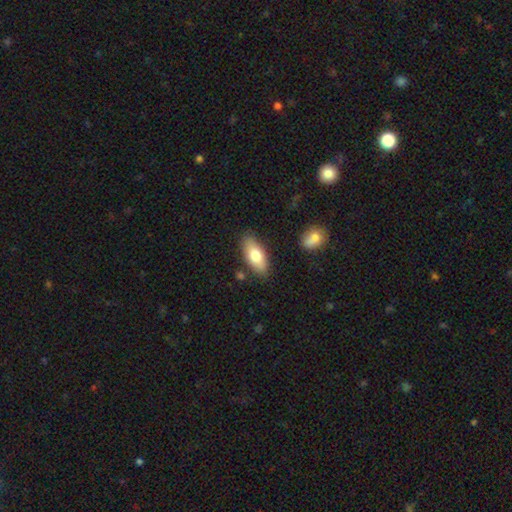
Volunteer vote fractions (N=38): Morphology: type=smooth (79%); roundness=in between (70%); merging=none (77%).